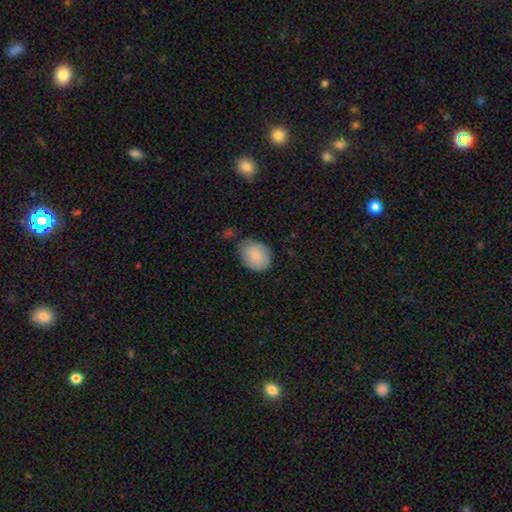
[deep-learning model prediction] Q: Smooth or featured?
A: smooth (81%); runner-up: featured or disk (13%)
Q: How rounded?
A: in between (61%); runner-up: round (38%)
Q: Merging?
A: none (59%); runner-up: minor disturbance (29%)